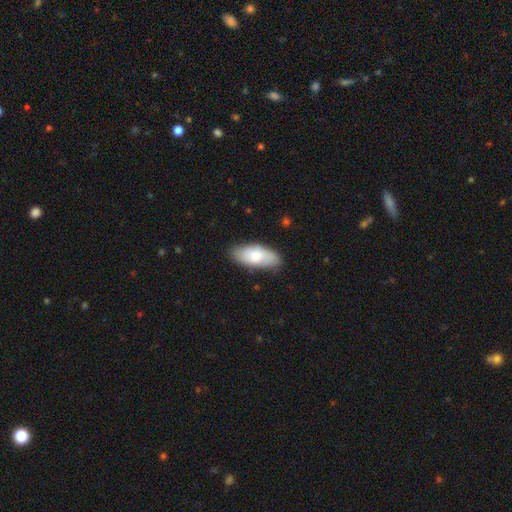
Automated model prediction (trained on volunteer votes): The model was most divided on "smooth or featured": smooth: 77%, featured or disk: 17%, star or artifact: 6%. More confident: how rounded — in between (85%); merging — none (81%).